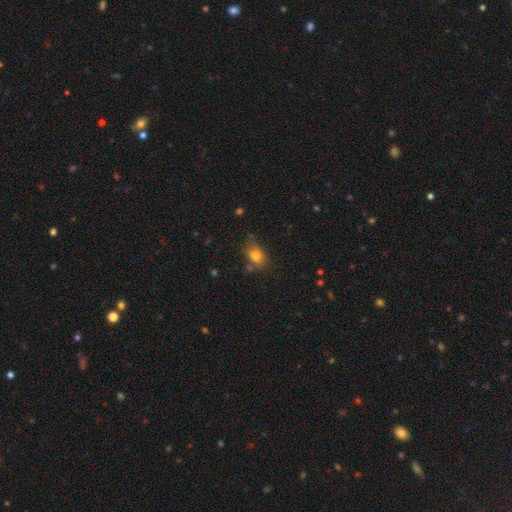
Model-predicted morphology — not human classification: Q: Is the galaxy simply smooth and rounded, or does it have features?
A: smooth — 77%.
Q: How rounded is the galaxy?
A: in between — 70%.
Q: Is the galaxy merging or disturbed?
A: none — 63%.